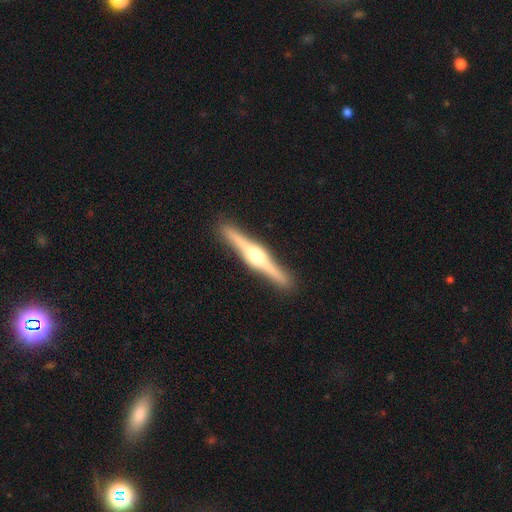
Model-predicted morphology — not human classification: Smooth or featured? featured or disk (80%)
Edge-on disk? yes (98%)
Edge-on bulge? rounded (93%)
Merging? none (91%)